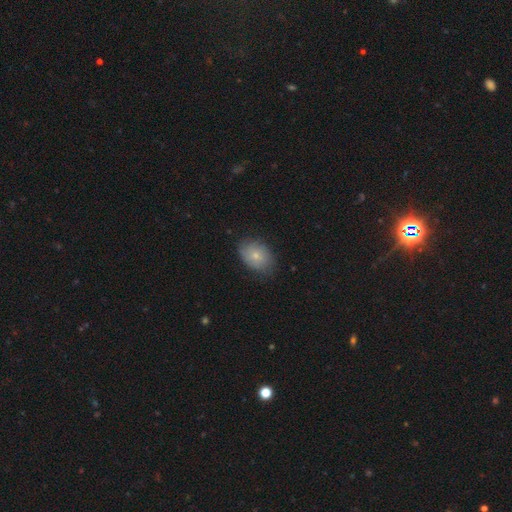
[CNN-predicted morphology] smooth 72%, featured or disk 20%, star or artifact 8%. Down the decision tree: how rounded — in between (73%); merging — none (74%).